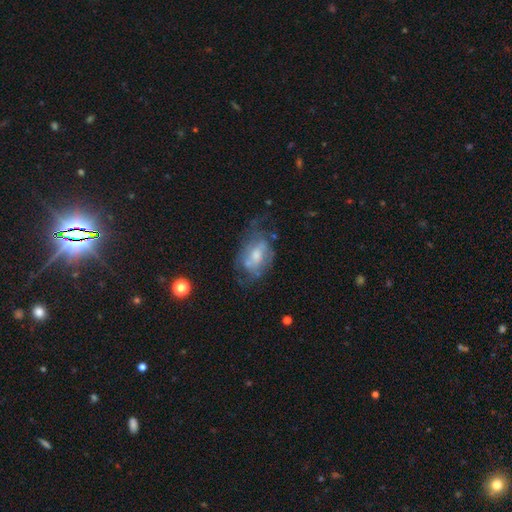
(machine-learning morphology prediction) This appears to be a featured or disk galaxy (63%) with no bar (61%), spiral arms (56%) and a moderate central bulge (49%). Merging: none (41%).